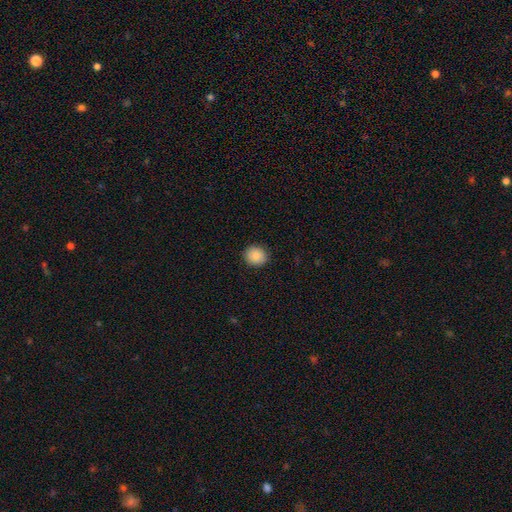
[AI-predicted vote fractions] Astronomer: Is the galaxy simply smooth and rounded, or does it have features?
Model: smooth — 88%.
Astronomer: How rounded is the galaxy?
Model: round — 82%.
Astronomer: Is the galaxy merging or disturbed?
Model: none — 91%.